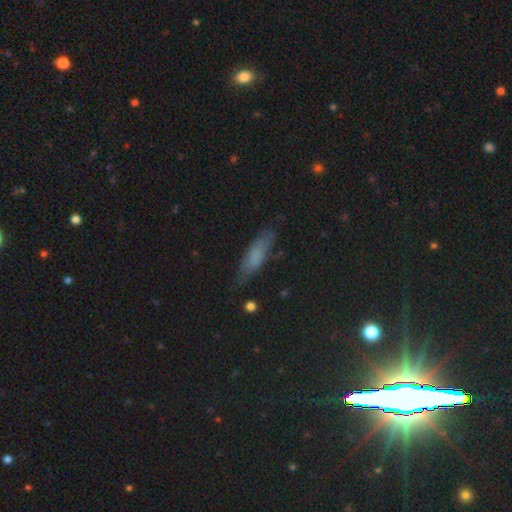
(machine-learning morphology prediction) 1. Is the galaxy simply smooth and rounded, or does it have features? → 62% smooth, 25% featured or disk, 13% star or artifact.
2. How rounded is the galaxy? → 53% cigar-shaped, 44% in between, 3% round.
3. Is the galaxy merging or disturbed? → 70% none, 22% minor disturbance, 7% major disturbance, 2% merger.